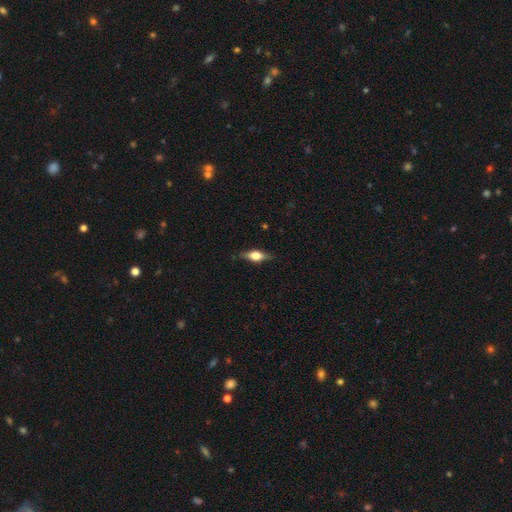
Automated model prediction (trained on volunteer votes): Smooth or featured? Predicted: featured or disk (p=0.53). Edge-on disk? Predicted: yes (p=0.93). Merging? Predicted: none (p=0.82).